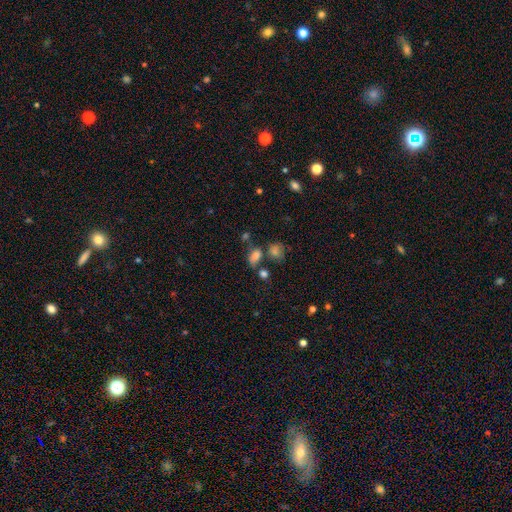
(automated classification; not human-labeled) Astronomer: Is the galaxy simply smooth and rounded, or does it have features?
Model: smooth — 73%.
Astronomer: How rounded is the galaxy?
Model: in between — 71%.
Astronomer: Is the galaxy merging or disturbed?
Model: none — 48%.